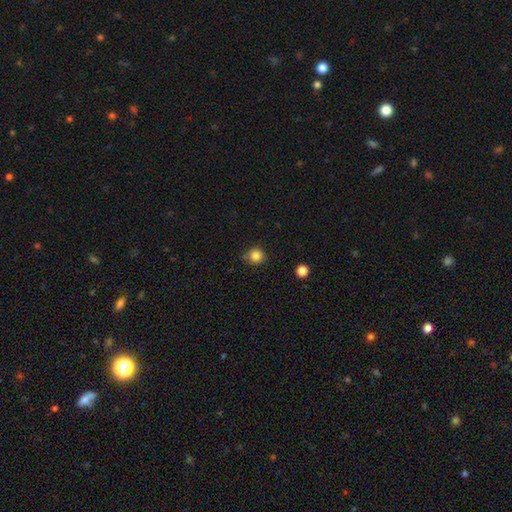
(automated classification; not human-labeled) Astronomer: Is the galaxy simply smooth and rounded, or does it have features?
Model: smooth — 83%.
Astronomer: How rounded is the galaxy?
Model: round — 91%.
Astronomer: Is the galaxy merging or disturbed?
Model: none — 78%.